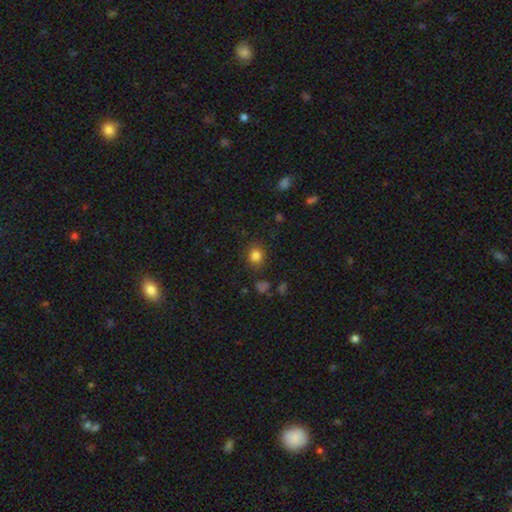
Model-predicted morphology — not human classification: smooth-or-featured: smooth: 82% | star or artifact: 12% | featured or disk: 6%
  how-rounded: round: 75% | in between: 24% | cigar-shaped: 1%
  merging: none: 85% | minor disturbance: 10% | major disturbance: 3% | merger: 2%